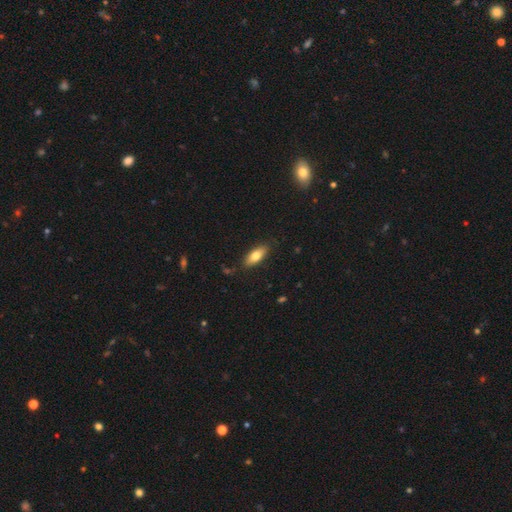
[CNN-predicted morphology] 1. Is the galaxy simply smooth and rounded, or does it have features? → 74% smooth, 20% featured or disk, 6% star or artifact.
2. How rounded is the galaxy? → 74% in between, 24% cigar-shaped, 2% round.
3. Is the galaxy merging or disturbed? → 85% none, 12% minor disturbance, 2% major disturbance, 1% merger.